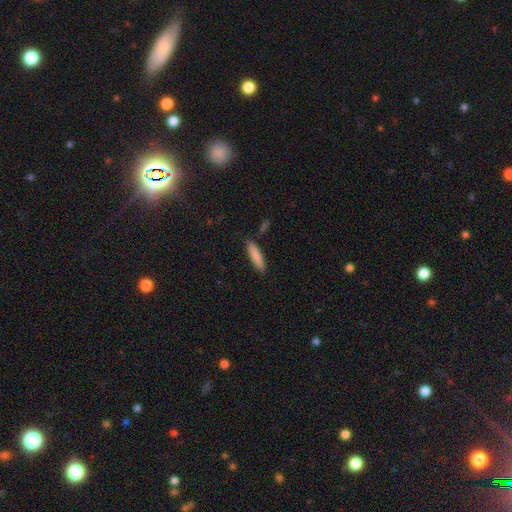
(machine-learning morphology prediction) This appears to be a smooth galaxy with no disk features (85%) that is cigar-shaped (82%). Merging: none (85%).